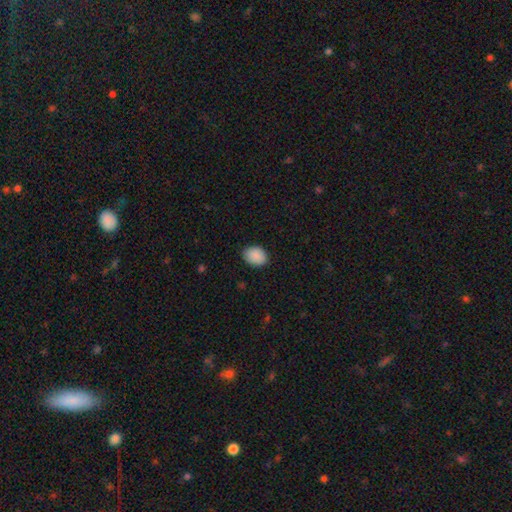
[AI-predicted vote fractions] This appears to be a smooth galaxy with no disk features (90%) that is in between round and cigar-shaped (62%). Merging: none (87%).